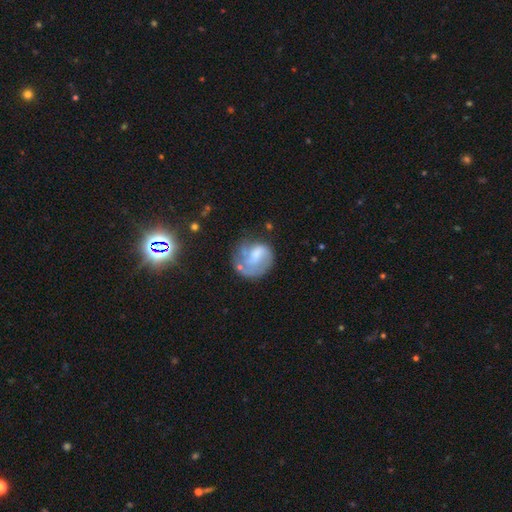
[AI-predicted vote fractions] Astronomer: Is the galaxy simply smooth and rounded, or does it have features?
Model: featured or disk — 50% (runner-up: smooth, 42%).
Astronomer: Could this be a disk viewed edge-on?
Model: no — 98%.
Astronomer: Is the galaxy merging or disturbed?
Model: none — 44% (runner-up: major disturbance, 26%).